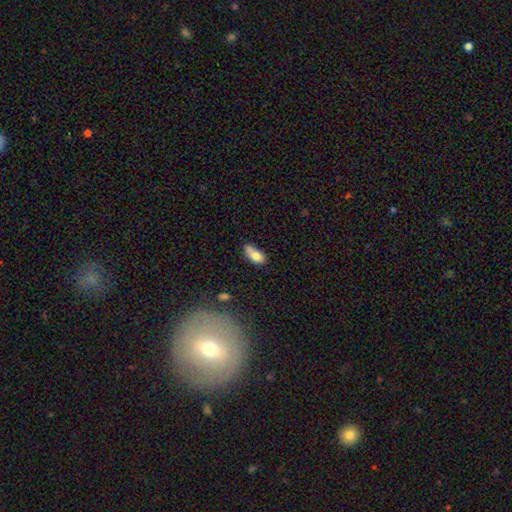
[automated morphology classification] smooth-or-featured: smooth: 76% | featured or disk: 16% | star or artifact: 9%
  how-rounded: in between: 86% | cigar-shaped: 9% | round: 5%
  merging: none: 42% | minor disturbance: 33% | major disturbance: 13% | merger: 12%